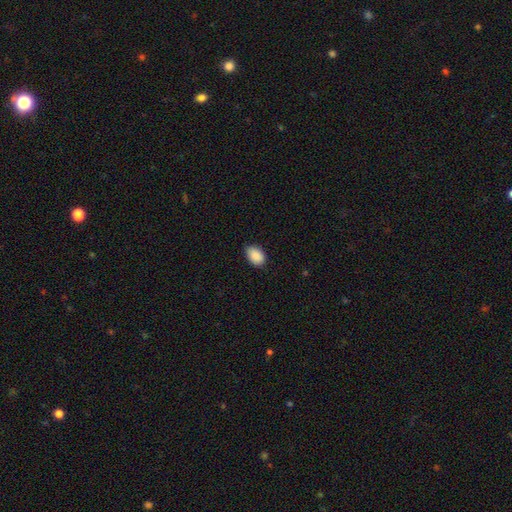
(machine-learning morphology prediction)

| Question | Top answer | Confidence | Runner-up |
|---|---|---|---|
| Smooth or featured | smooth | 90% | star or artifact (7%) |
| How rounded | in between | 86% | round (13%) |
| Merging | none | 81% | minor disturbance (15%) |